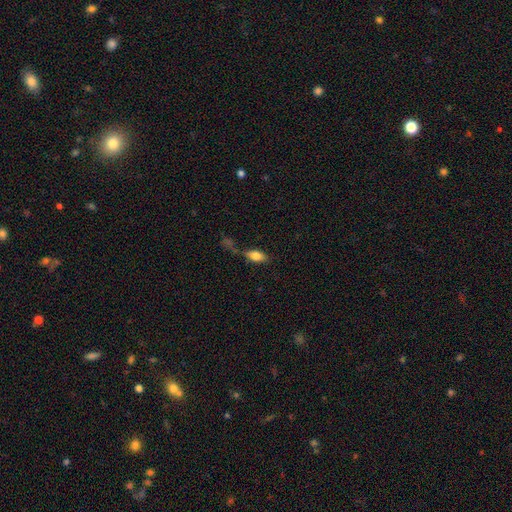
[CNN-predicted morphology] Smooth or featured?
  - smooth: 76% *
  - featured or disk: 16%
  - star or artifact: 8%
How rounded?
  - in between: 84% *
  - cigar-shaped: 11%
  - round: 4%
Merging?
  - none: 47% *
  - merger: 20%
  - minor disturbance: 20%
  - major disturbance: 13%